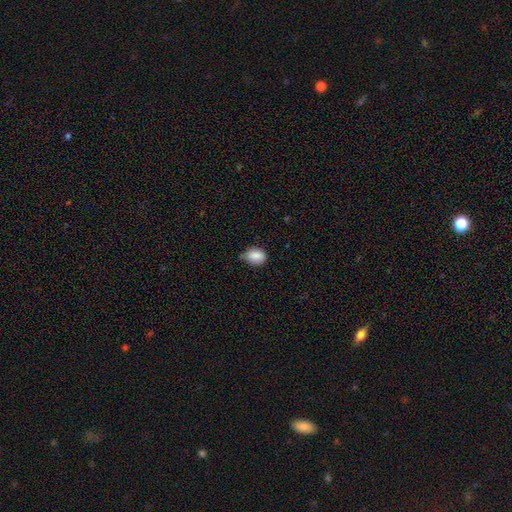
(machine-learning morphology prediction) Smooth or featured? Predicted: smooth (p=0.86). How rounded? Predicted: in between (p=0.66). Merging? Predicted: none (p=0.56).